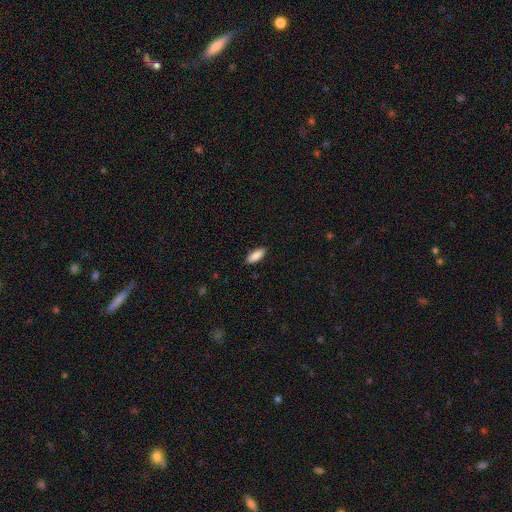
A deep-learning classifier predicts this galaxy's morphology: Overall: smooth (90%). How rounded: in between (78%). Merging: none (89%).